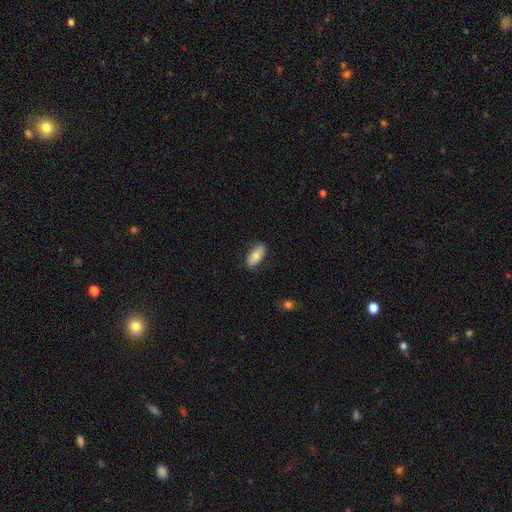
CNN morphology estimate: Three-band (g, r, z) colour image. It shows a smooth galaxy with no disk features (77%) that is in between round and cigar-shaped (90%). Merging: none (83%).